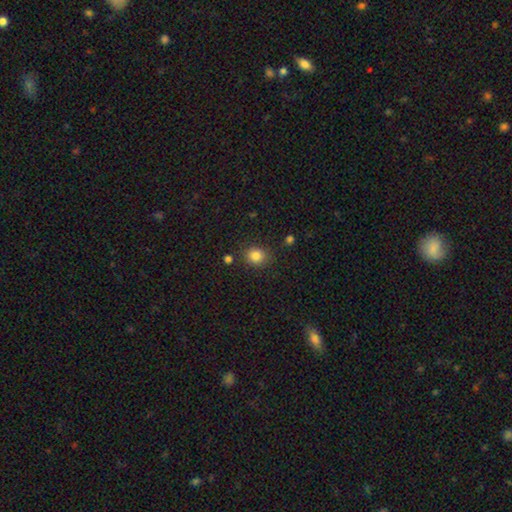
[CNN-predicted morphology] This is clearly a smooth galaxy (84%). How rounded: likely round (74%). Merging: clearly none (82%).